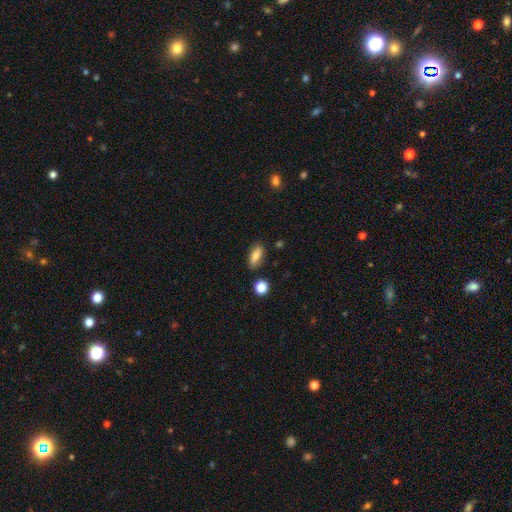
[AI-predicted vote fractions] smooth 80%, featured or disk 12%, star or artifact 8%. Down the decision tree: how rounded — in between (78%); merging — none (82%).